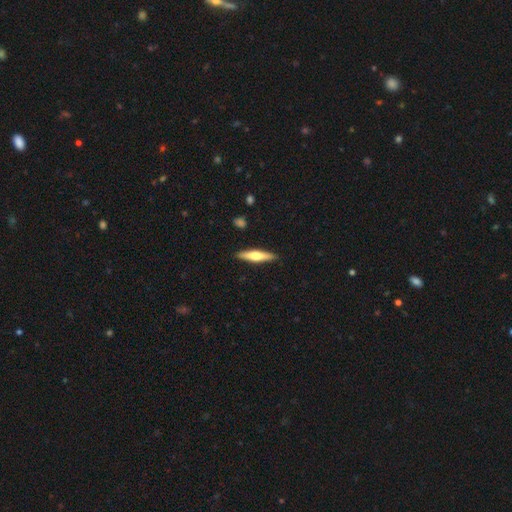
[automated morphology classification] This is possibly a featured or disk galaxy (48%). Merging: clearly none (90%).